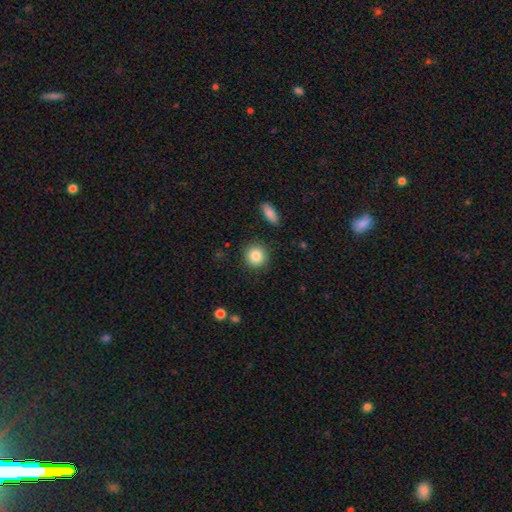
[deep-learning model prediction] Smooth or featured?
  - smooth: 85% *
  - star or artifact: 8%
  - featured or disk: 7%
How rounded?
  - round: 91% *
  - in between: 8%
  - cigar-shaped: 1%
Merging?
  - none: 89% *
  - minor disturbance: 7%
  - major disturbance: 2%
  - merger: 2%